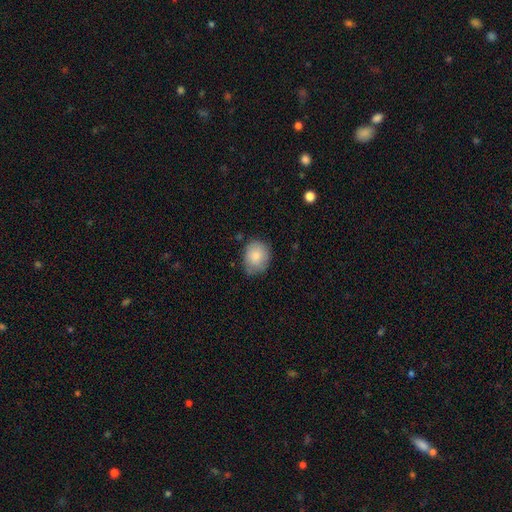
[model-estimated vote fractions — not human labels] A smooth galaxy with no disk features (82%) that is round (60%).

Vote fractions:
- Smooth or featured? smooth: 82% / featured or disk: 11% / star or artifact: 7%
- How rounded? round: 60% / in between: 39% / cigar-shaped: 1%
- Merging? none: 69% / minor disturbance: 25% / major disturbance: 4% / merger: 2%